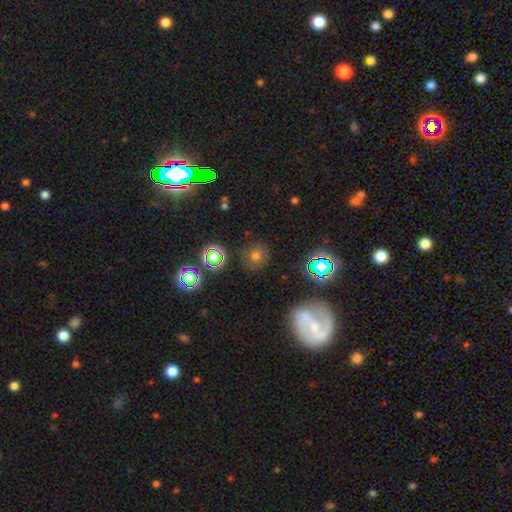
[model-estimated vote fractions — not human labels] Smooth or featured? smooth (62%)
How rounded? round (87%)
Merging? none (84%)